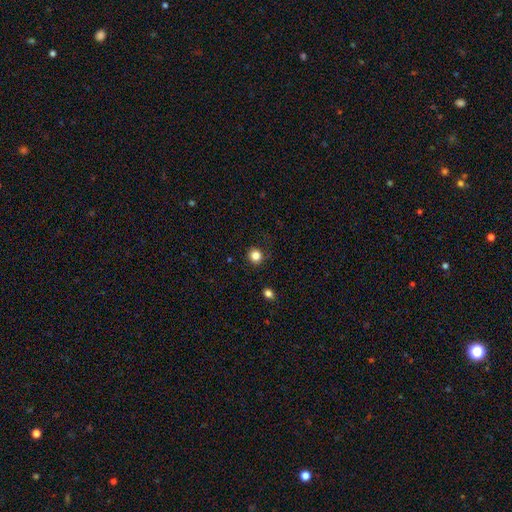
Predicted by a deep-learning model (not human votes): Overall: smooth (83%). How rounded: round (90%). Merging: none (85%).